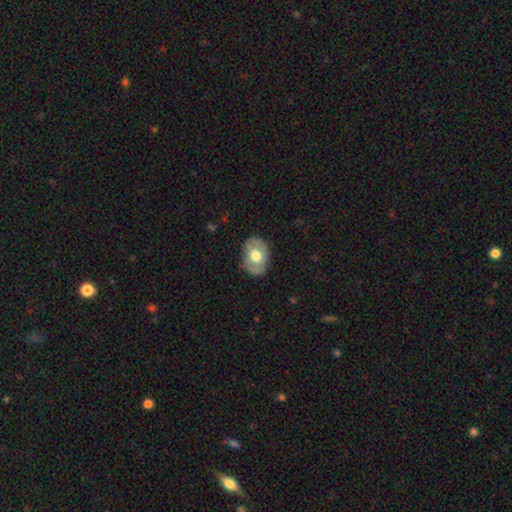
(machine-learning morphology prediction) Smooth or featured? Predicted: smooth (p=0.52). How rounded? Predicted: in between (p=0.73). Merging? Predicted: none (p=0.79).